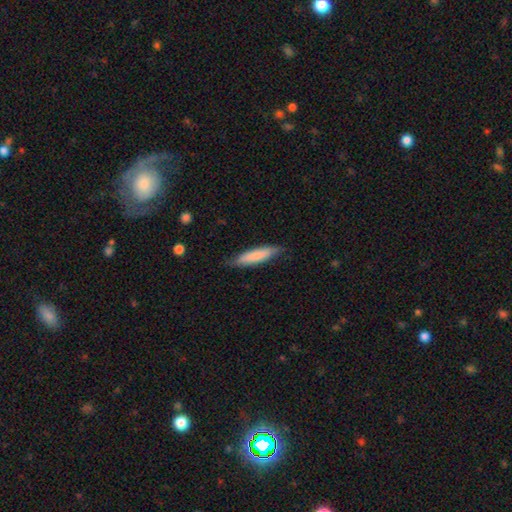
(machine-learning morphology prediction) smooth 80%, featured or disk 15%, star or artifact 5%. Down the decision tree: how rounded — cigar-shaped (81%); merging — none (82%).